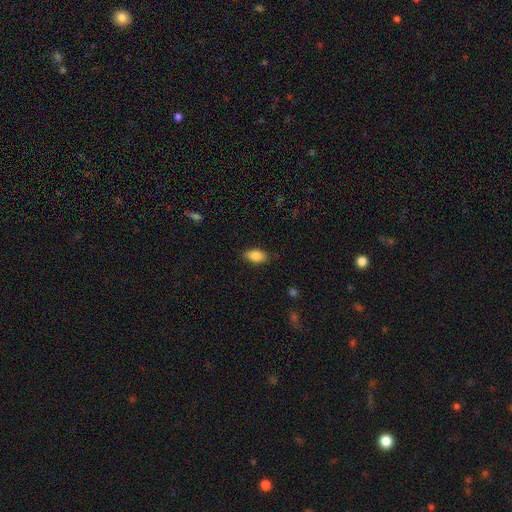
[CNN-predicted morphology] A smooth galaxy with no disk features (86%) that is in between round and cigar-shaped (91%).

Vote fractions:
- Smooth or featured? smooth: 86% / star or artifact: 7% / featured or disk: 6%
- How rounded? in between: 91% / round: 5% / cigar-shaped: 4%
- Merging? none: 82% / minor disturbance: 13% / major disturbance: 3% / merger: 1%